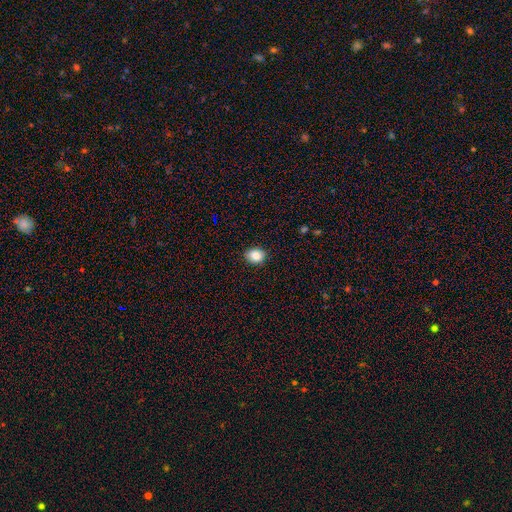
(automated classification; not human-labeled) This appears to be a smooth galaxy with no disk features (86%) that is round (53%). Merging: none (89%).